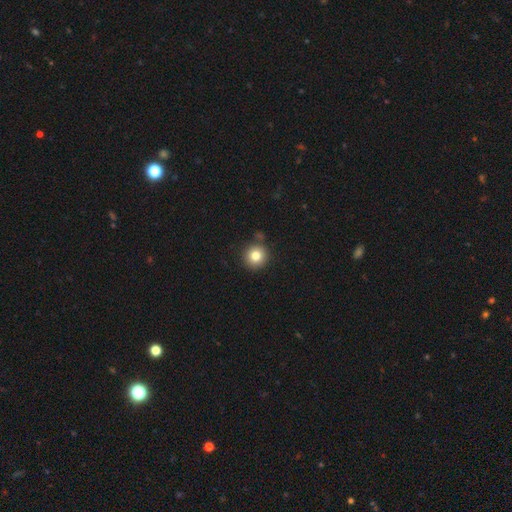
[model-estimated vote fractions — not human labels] smooth 81%, star or artifact 11%, featured or disk 8%. Down the decision tree: how rounded — round (94%); merging — none (85%).